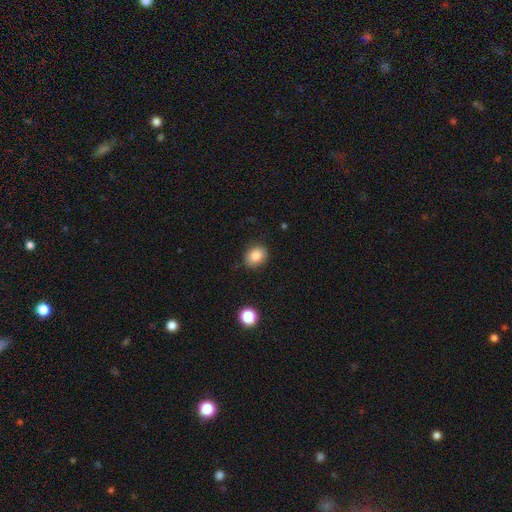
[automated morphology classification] The model was most divided on "how rounded": round: 52%, in between: 47%, cigar-shaped: 1%. More confident: smooth or featured — smooth (85%); merging — none (84%).